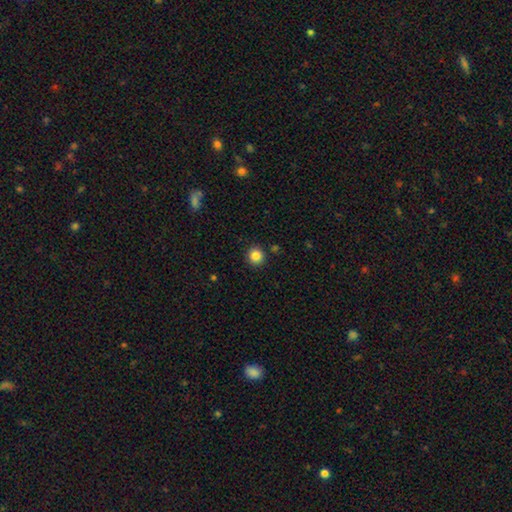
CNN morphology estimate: Overall: smooth (85%). How rounded: round (92%). Merging: none (90%).